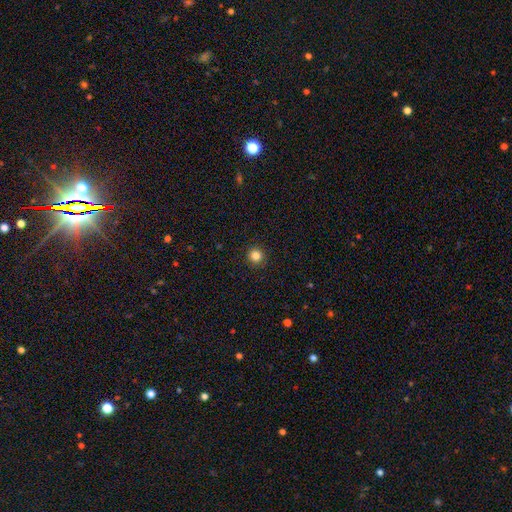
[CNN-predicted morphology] Q: Smooth or featured?
A: smooth (84%); runner-up: star or artifact (12%)
Q: How rounded?
A: round (95%); runner-up: in between (4%)
Q: Merging?
A: none (93%); runner-up: minor disturbance (5%)